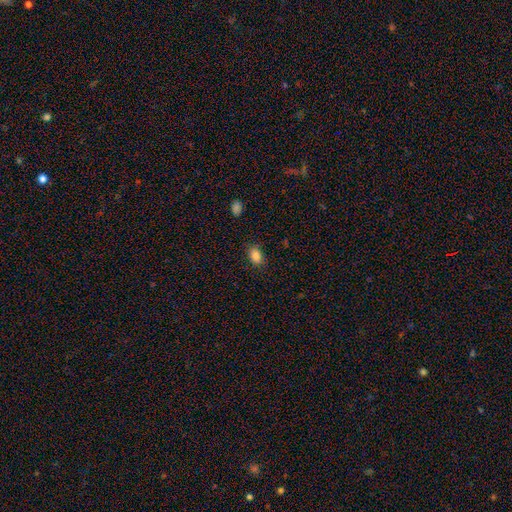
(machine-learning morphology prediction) A smooth galaxy with no disk features (85%) that is in between round and cigar-shaped (84%). Merging: none (85%).